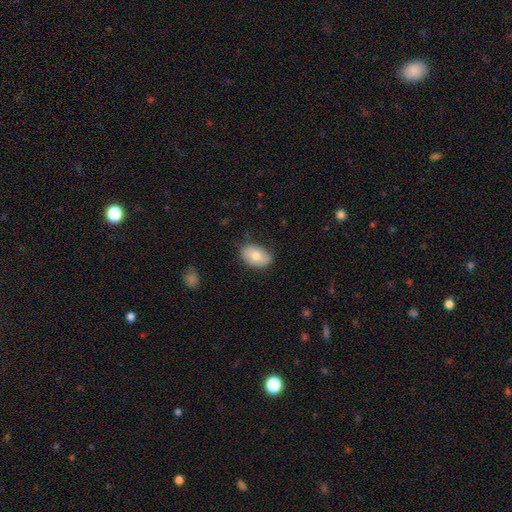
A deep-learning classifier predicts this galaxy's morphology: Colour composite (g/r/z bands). It shows a smooth galaxy with no disk features (78%) that is in between round and cigar-shaped (90%). Merging: none (80%).